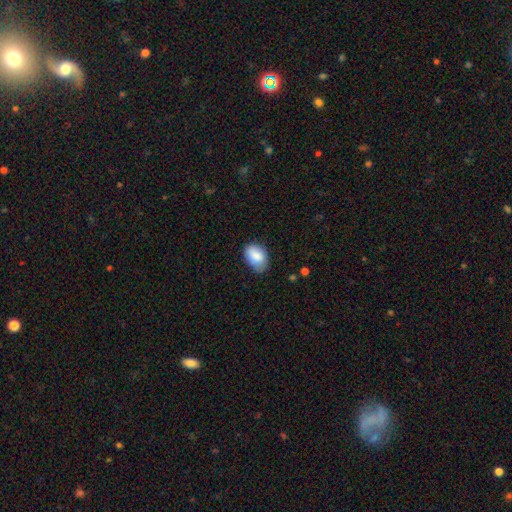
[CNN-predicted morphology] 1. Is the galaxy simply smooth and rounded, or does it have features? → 86% smooth, 7% featured or disk, 7% star or artifact.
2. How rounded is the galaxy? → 87% in between, 12% round, 1% cigar-shaped.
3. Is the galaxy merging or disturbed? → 68% none, 26% minor disturbance, 4% major disturbance, 1% merger.